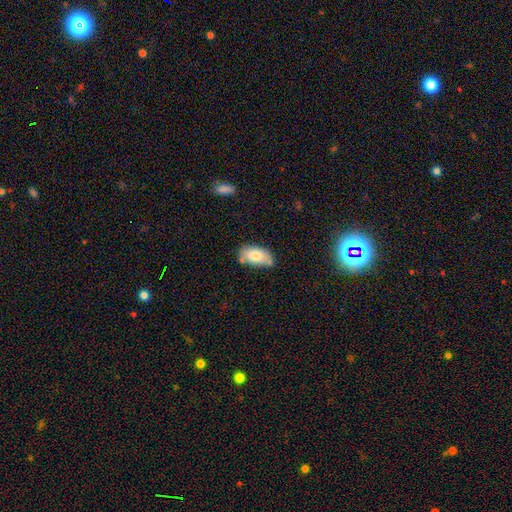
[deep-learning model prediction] This is likely a smooth galaxy (76%). How rounded: clearly in between (94%). Merging: likely none (65%).